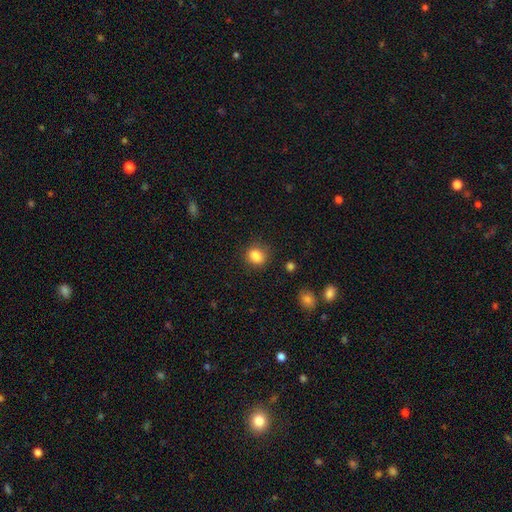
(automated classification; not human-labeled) Overall: smooth (85%). How rounded: round (54%; in between 45%). Merging: none (76%).